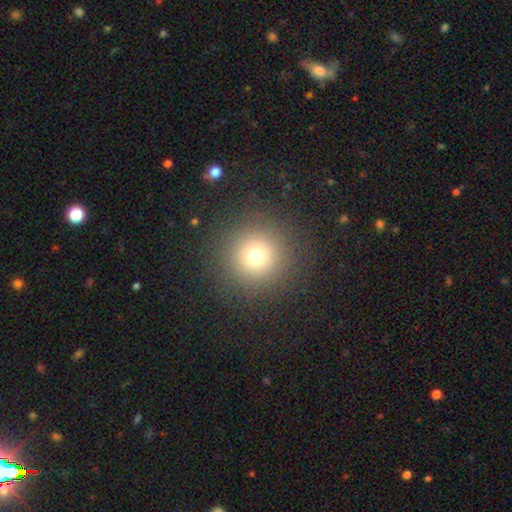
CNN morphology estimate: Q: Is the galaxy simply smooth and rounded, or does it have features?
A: smooth — 71%.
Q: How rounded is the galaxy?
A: round — 96%.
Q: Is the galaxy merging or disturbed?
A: none — 90%.